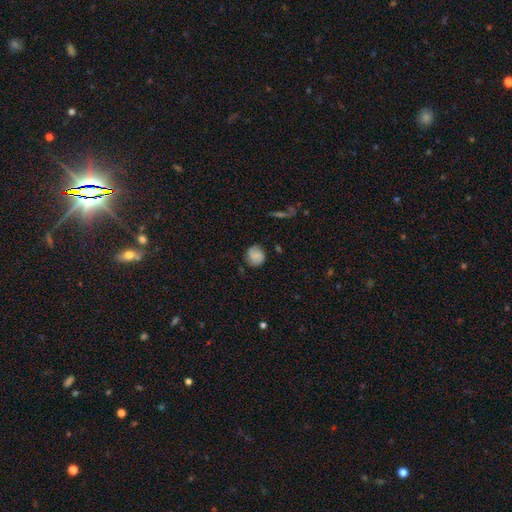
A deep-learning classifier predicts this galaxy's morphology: Smooth or featured?
  - smooth: 69% *
  - featured or disk: 22%
  - star or artifact: 9%
How rounded?
  - round: 84% *
  - in between: 15%
  - cigar-shaped: 1%
Merging?
  - none: 77% *
  - minor disturbance: 16%
  - major disturbance: 4%
  - merger: 2%